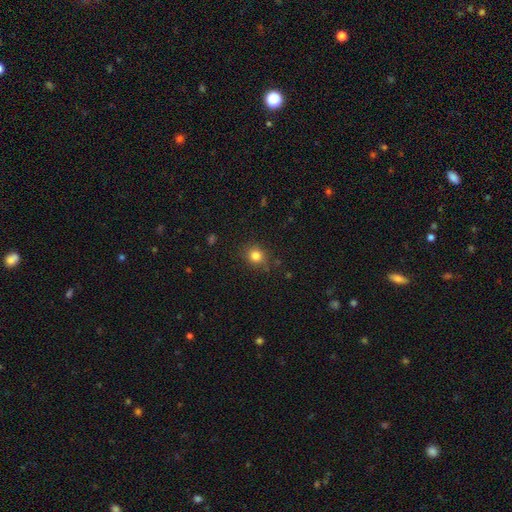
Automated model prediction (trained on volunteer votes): Smooth or featured?
  - smooth: 83% *
  - star or artifact: 12%
  - featured or disk: 5%
How rounded?
  - round: 80% *
  - in between: 19%
  - cigar-shaped: 1%
Merging?
  - none: 83% *
  - minor disturbance: 12%
  - major disturbance: 3%
  - merger: 2%